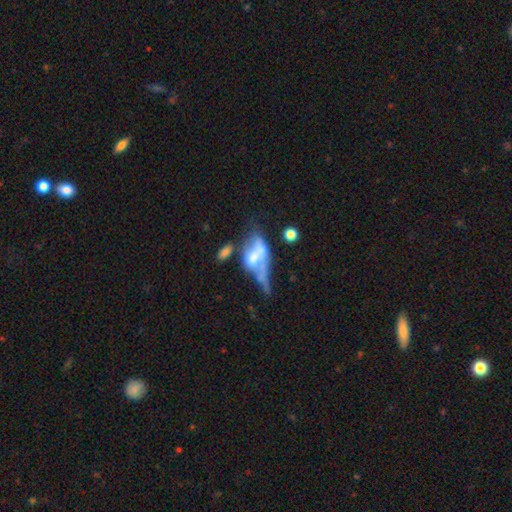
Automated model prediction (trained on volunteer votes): featured or disk 49%, smooth 41%, star or artifact 10%. Down the decision tree: merging — major disturbance (35%).